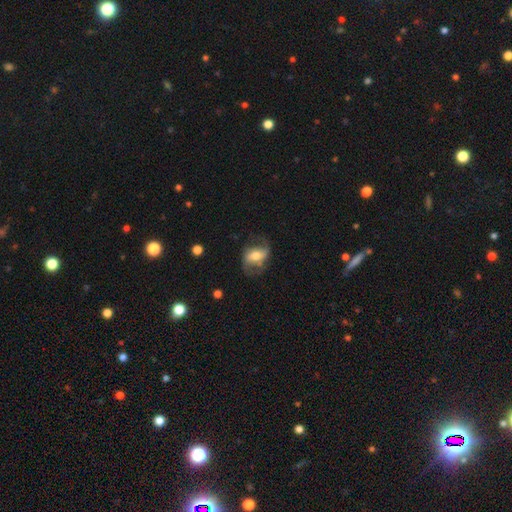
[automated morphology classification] smooth_or_featured: featured or disk (p=0.61) [alt: smooth p=0.32]
disk_edge_on: no (p=0.94) [alt: yes p=0.06]
bar: weak (p=0.37) [alt: no p=0.33]
has_spiral_arms: yes (p=0.80) [alt: no p=0.20]
bulge_size: moderate (p=0.62) [alt: small p=0.21]
merging: none (p=0.60) [alt: minor disturbance p=0.22]